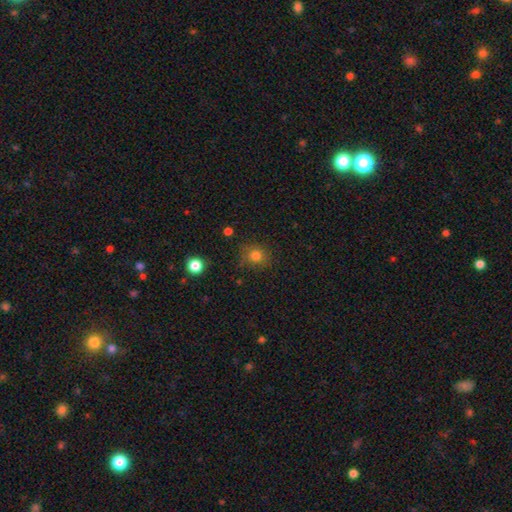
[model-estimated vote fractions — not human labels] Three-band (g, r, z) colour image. It shows a smooth galaxy with no disk features (80%) that is round (84%). Merging: none (81%).